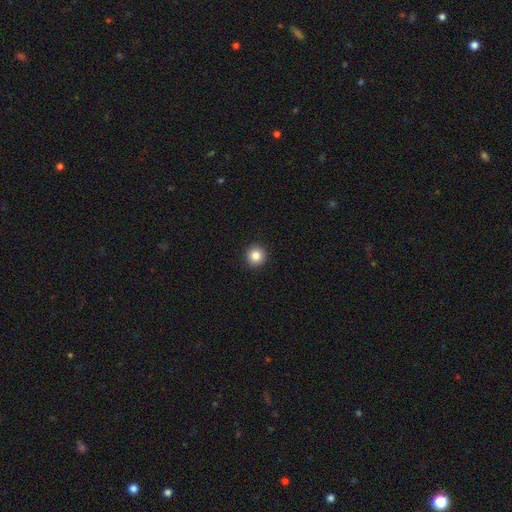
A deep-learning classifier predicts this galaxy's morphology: Q: Smooth or featured?
A: smooth (84%); runner-up: star or artifact (10%)
Q: How rounded?
A: round (96%); runner-up: in between (3%)
Q: Merging?
A: none (94%); runner-up: minor disturbance (4%)